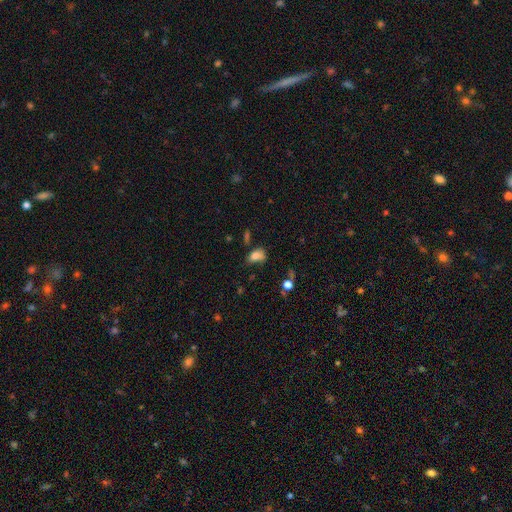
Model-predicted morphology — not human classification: This is likely a smooth galaxy (77%). How rounded: clearly in between (82%). Merging: marginally none (42%).